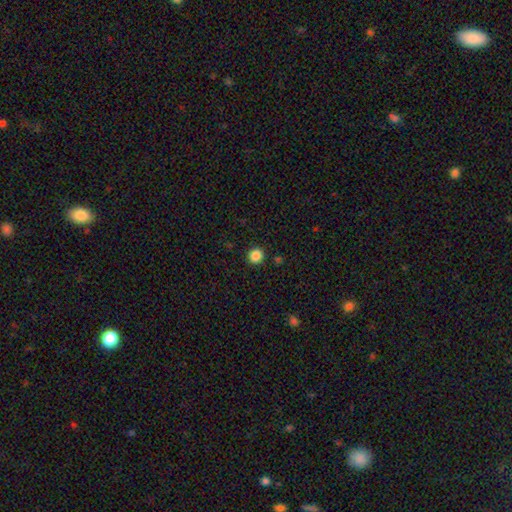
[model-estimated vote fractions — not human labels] smooth-or-featured: smooth: 86% | star or artifact: 11% | featured or disk: 3%
  how-rounded: round: 92% | in between: 7% | cigar-shaped: 1%
  merging: none: 92% | minor disturbance: 5% | major disturbance: 2% | merger: 1%